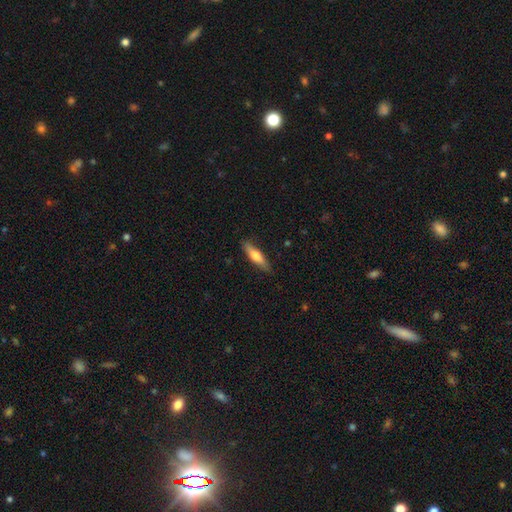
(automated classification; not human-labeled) Morphology: type=smooth (63%); roundness=cigar-shaped (71%); merging=none (86%).